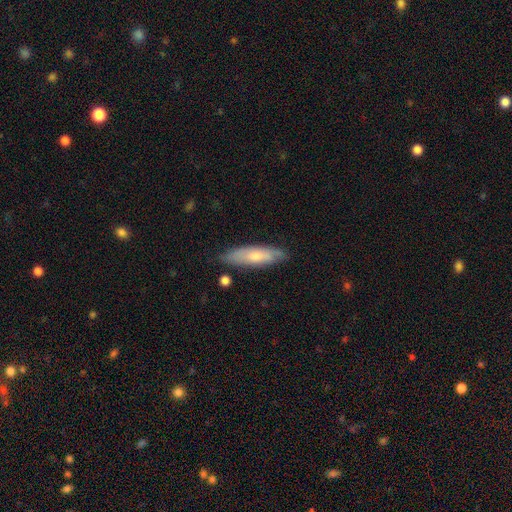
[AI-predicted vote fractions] smooth 59%, featured or disk 34%, star or artifact 6%. Down the decision tree: how rounded — cigar-shaped (65%); merging — none (80%).